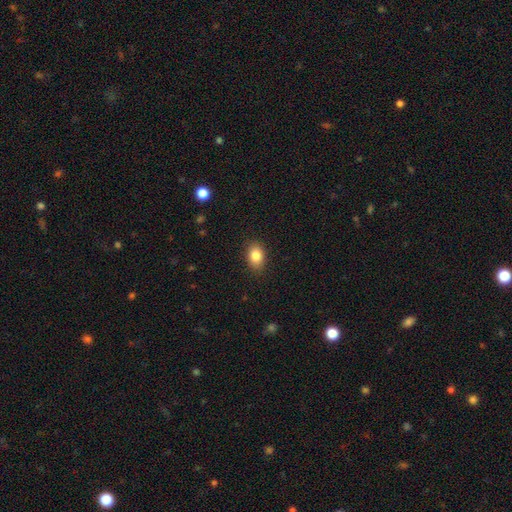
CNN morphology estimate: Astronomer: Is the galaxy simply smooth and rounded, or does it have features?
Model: smooth — 84%.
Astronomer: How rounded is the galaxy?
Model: in between — 79%.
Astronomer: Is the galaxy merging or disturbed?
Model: none — 88%.